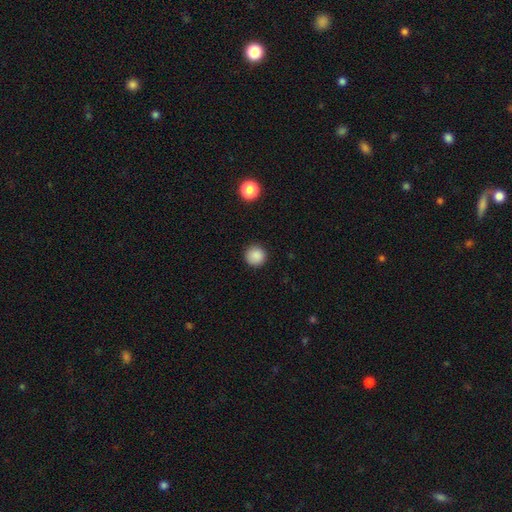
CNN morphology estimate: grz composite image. It shows a smooth galaxy with no disk features (87%) that is round (96%). Merging: none (92%).